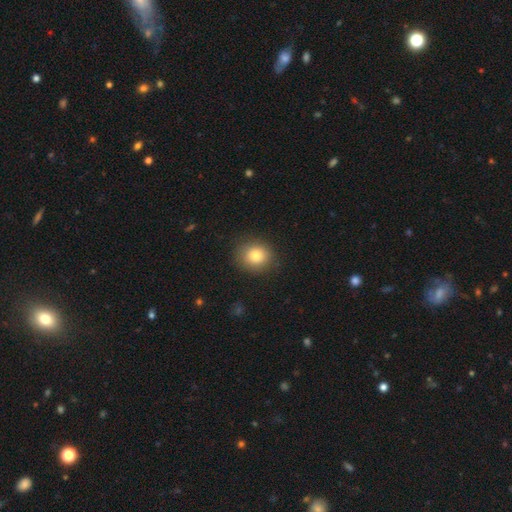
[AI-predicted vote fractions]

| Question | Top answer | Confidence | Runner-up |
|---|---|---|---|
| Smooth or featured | smooth | 80% | star or artifact (11%) |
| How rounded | round | 79% | in between (20%) |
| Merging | none | 87% | minor disturbance (9%) |